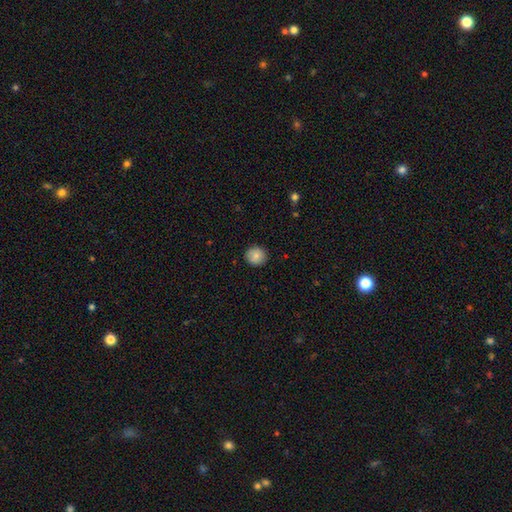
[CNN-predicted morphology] A smooth galaxy with no disk features (84%) that is round (90%). Merging: none (89%).